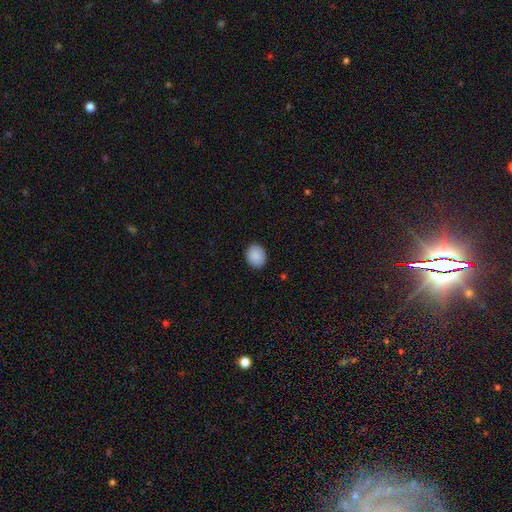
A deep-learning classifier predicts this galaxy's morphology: A smooth galaxy with no disk features (90%) that is round (54%).

Vote fractions:
- Smooth or featured? smooth: 90% / star or artifact: 7% / featured or disk: 3%
- How rounded? round: 54% / in between: 45% / cigar-shaped: 1%
- Merging? none: 90% / minor disturbance: 7% / major disturbance: 2% / merger: 1%